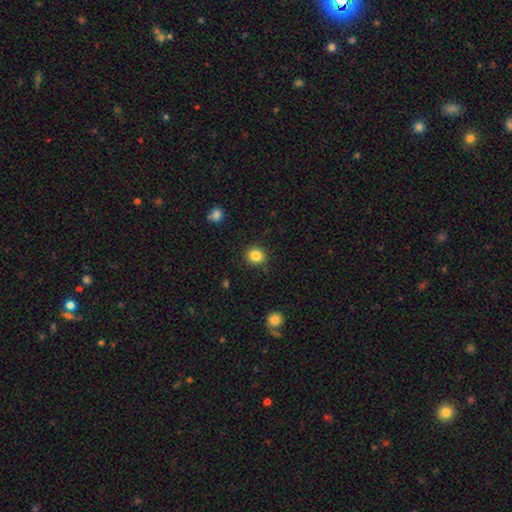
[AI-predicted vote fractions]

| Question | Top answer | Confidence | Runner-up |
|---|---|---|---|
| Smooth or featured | smooth | 84% | star or artifact (10%) |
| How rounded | round | 85% | in between (14%) |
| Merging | none | 89% | minor disturbance (7%) |